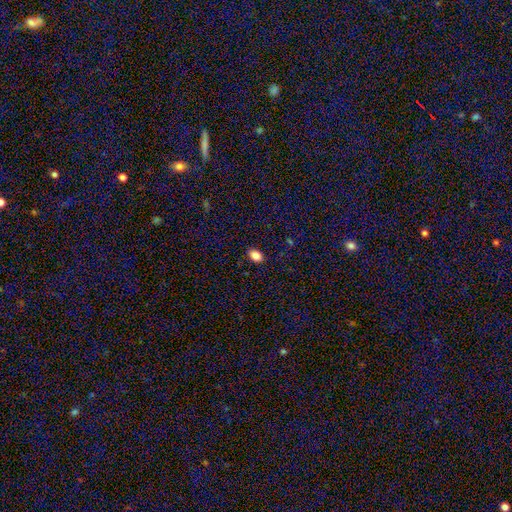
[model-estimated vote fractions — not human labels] smooth-or-featured: smooth: 86% | star or artifact: 9% | featured or disk: 5%
  how-rounded: in between: 84% | round: 14% | cigar-shaped: 1%
  merging: none: 88% | minor disturbance: 9% | major disturbance: 2% | merger: 1%